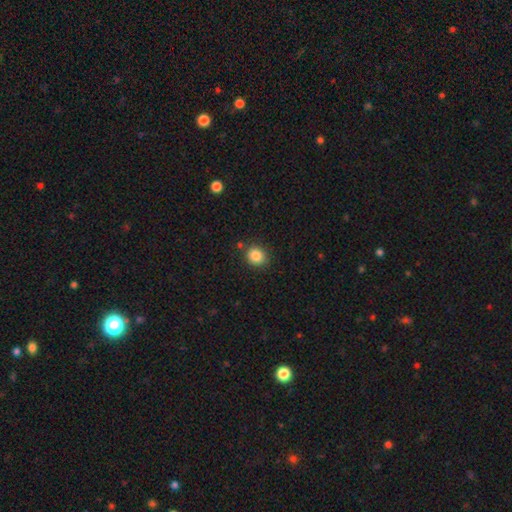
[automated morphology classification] This appears to be a smooth galaxy with no disk features (85%) that is round (73%). Merging: none (83%).